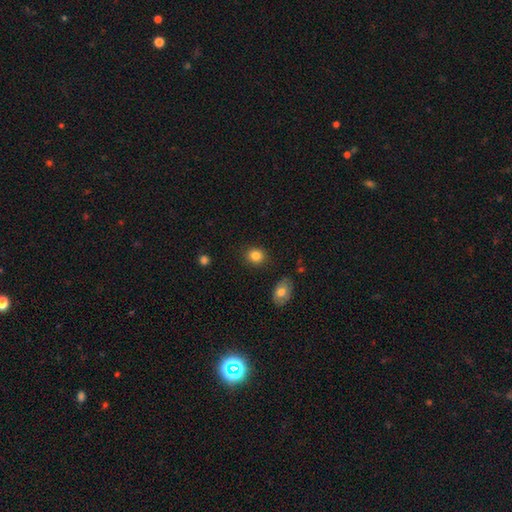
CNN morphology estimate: Smooth or featured: smooth — 85% (star or artifact — 10%)
How rounded: round — 73% (in between — 26%)
Merging: none — 87% (minor disturbance — 8%)